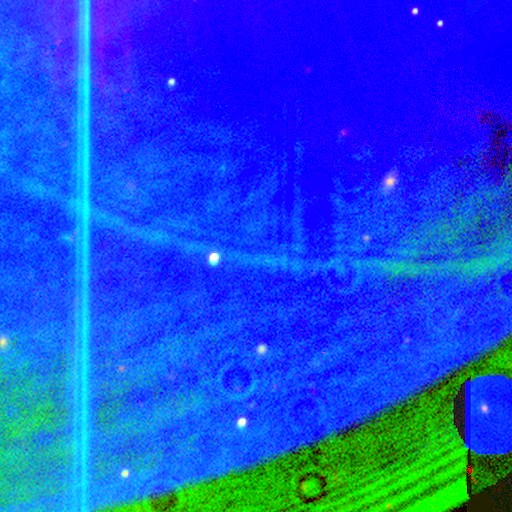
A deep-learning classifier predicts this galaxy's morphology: smooth_or_featured: star or artifact (p=0.90) [alt: featured or disk p=0.06]